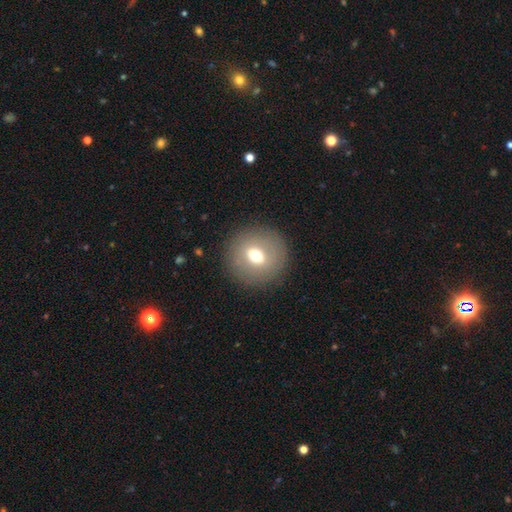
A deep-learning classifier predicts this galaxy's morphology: This is likely a smooth galaxy (61%). How rounded: clearly round (88%). Merging: clearly none (88%).